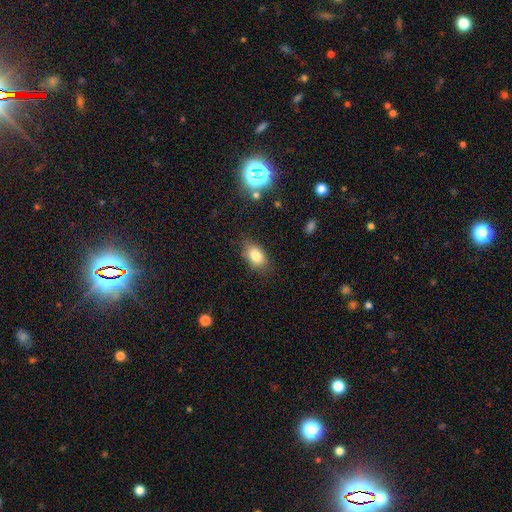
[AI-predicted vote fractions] This is clearly a smooth galaxy (81%). How rounded: clearly in between (86%). Merging: likely none (80%).